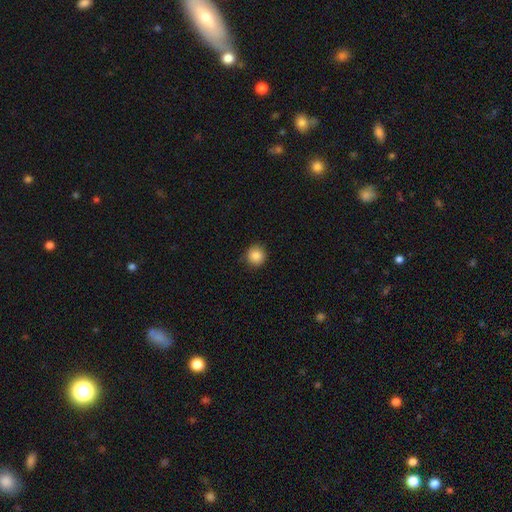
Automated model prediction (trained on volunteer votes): smooth_or_featured: smooth (p=0.87) [alt: star or artifact p=0.09]
how_rounded: round (p=0.93) [alt: in between p=0.06]
merging: none (p=0.89) [alt: minor disturbance p=0.08]